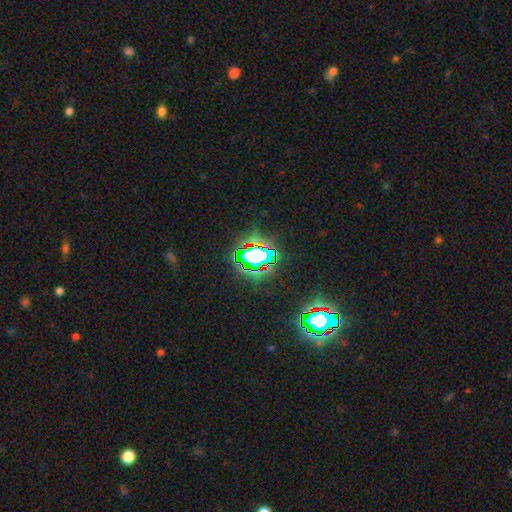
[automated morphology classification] type=star or artifact (64%).